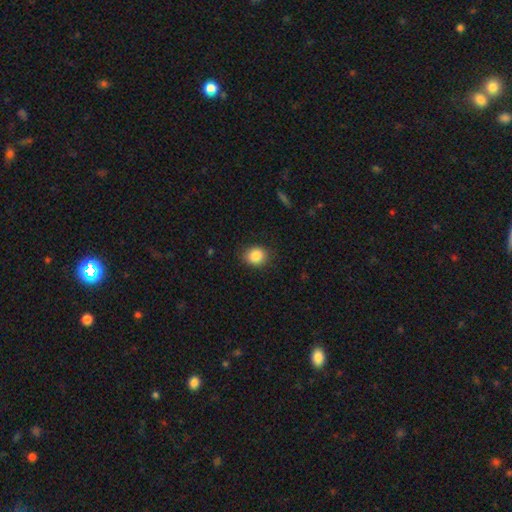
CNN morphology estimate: Overall: smooth (86%). How rounded: round (70%). Merging: none (84%).